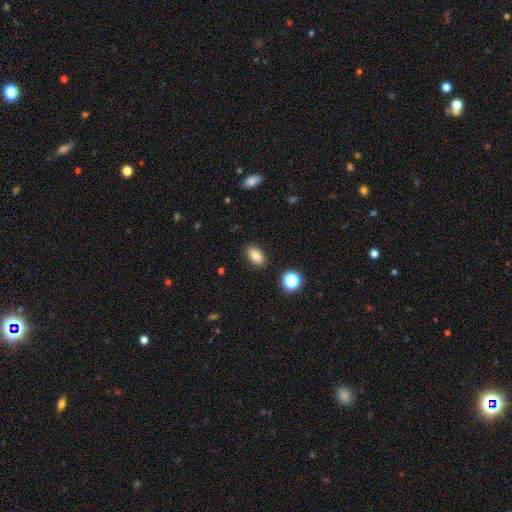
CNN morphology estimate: Overall: smooth (80%). How rounded: in between (86%). Merging: none (86%).